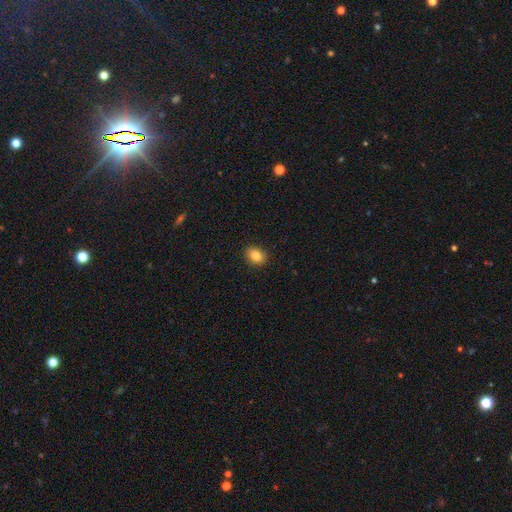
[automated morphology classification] A smooth galaxy with no disk features (85%) that is in between round and cigar-shaped (66%).

Vote fractions:
- Smooth or featured? smooth: 85% / star or artifact: 9% / featured or disk: 6%
- How rounded? in between: 66% / round: 32% / cigar-shaped: 1%
- Merging? none: 90% / minor disturbance: 7% / major disturbance: 2% / merger: 1%